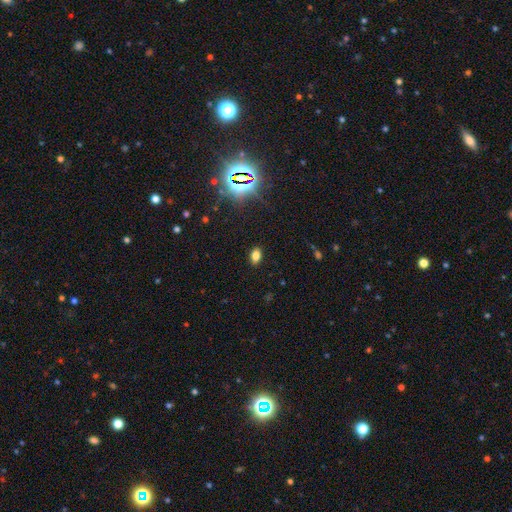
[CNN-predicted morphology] Smooth or featured?
  - smooth: 77% *
  - star or artifact: 17%
  - featured or disk: 7%
How rounded?
  - in between: 86% *
  - round: 12%
  - cigar-shaped: 2%
Merging?
  - none: 88% *
  - minor disturbance: 8%
  - major disturbance: 2%
  - merger: 1%